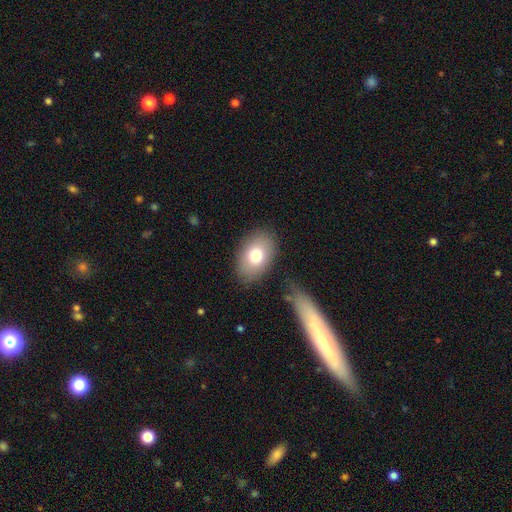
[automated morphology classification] smooth_or_featured: smooth (p=0.76) [alt: featured or disk p=0.16]
how_rounded: in between (p=0.84) [alt: round p=0.15]
merging: none (p=0.82) [alt: minor disturbance p=0.12]